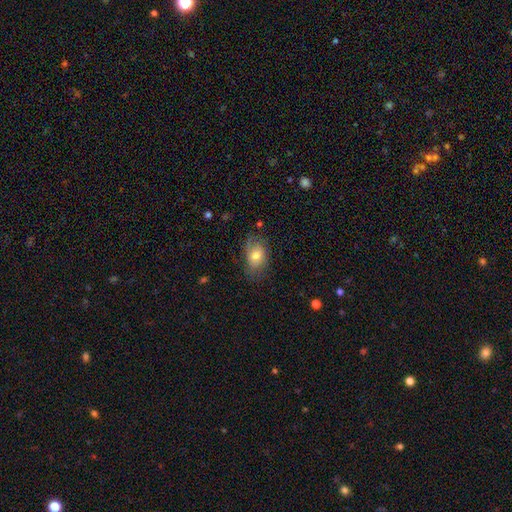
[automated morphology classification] smooth_or_featured: smooth (p=0.66) [alt: featured or disk p=0.26]
how_rounded: in between (p=0.83) [alt: round p=0.16]
merging: none (p=0.63) [alt: minor disturbance p=0.25]